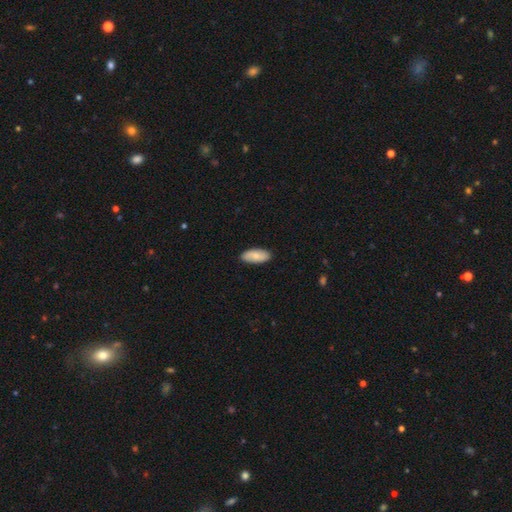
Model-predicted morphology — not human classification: Smooth or featured? Predicted: smooth (p=0.77). How rounded? Predicted: in between (p=0.88). Merging? Predicted: none (p=0.88).